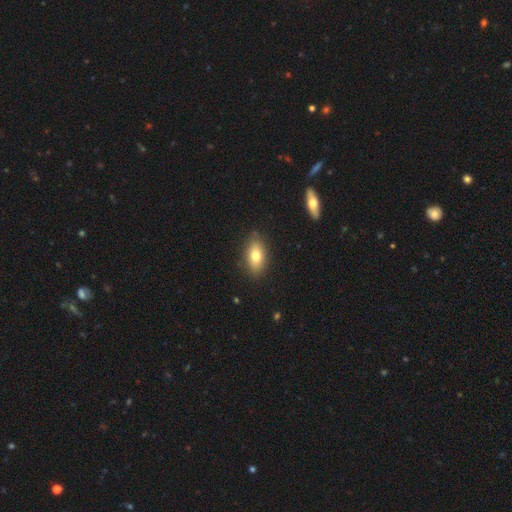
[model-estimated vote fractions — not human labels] smooth 75%, featured or disk 17%, star or artifact 8%. Down the decision tree: how rounded — in between (87%); merging — none (83%).